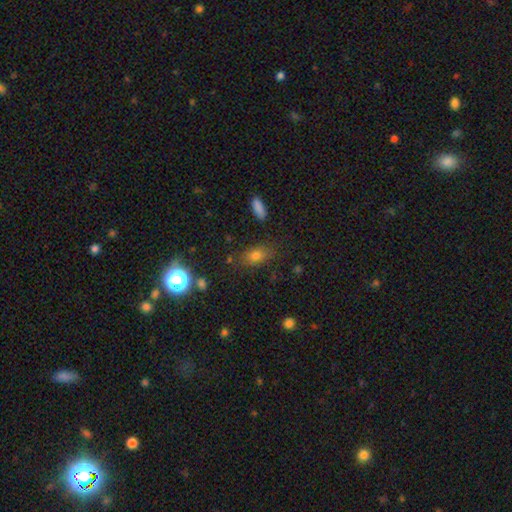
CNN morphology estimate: The model was most divided on "how rounded": in between: 73%, round: 20%, cigar-shaped: 7%. More confident: merging — none (78%); smooth or featured — smooth (71%).